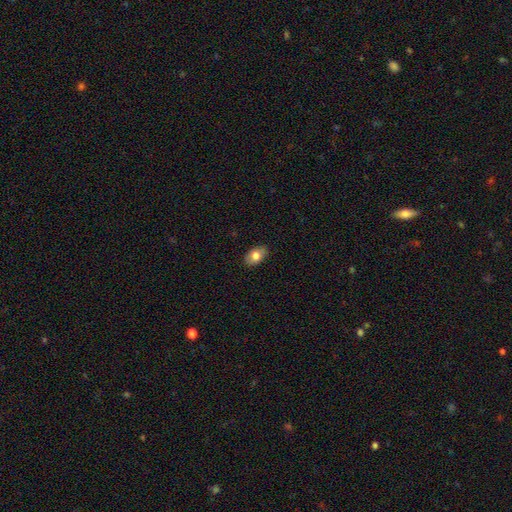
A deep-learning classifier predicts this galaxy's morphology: Q: Smooth or featured?
A: smooth (79%); runner-up: featured or disk (14%)
Q: How rounded?
A: in between (90%); runner-up: round (8%)
Q: Merging?
A: none (86%); runner-up: minor disturbance (11%)